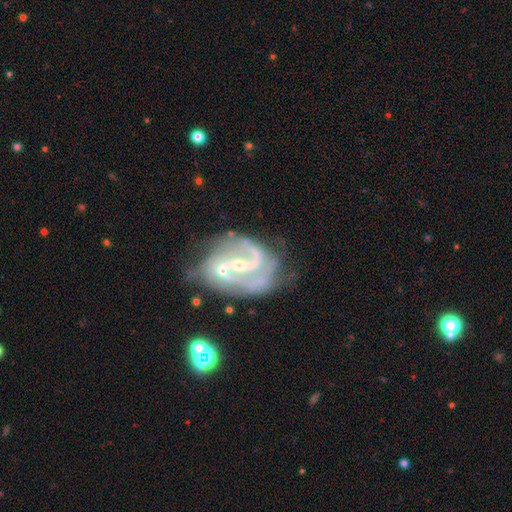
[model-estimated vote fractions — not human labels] Morphology: type=featured or disk (89%); edge-on=no (98%); bar=strong (38%); spiral arms=yes (96%); winding=medium (54%); arm count=2 (83%); bulge=small (73%); merging=none (40%).